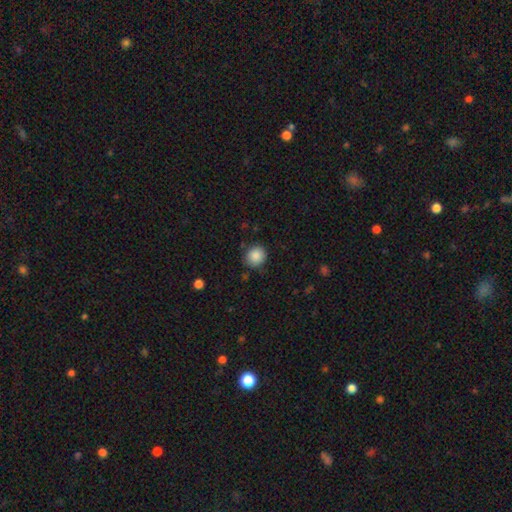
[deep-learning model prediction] Smooth or featured? Predicted: smooth (p=0.87). How rounded? Predicted: round (p=0.81). Merging? Predicted: none (p=0.82).